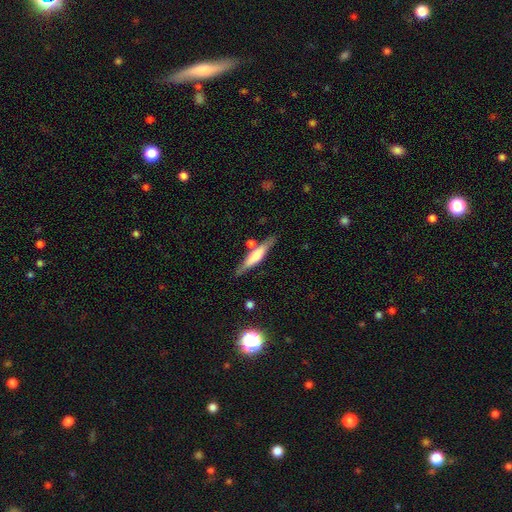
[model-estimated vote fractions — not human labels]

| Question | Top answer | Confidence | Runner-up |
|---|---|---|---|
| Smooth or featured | featured or disk | 49% | smooth (44%) |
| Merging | none | 77% | minor disturbance (12%) |